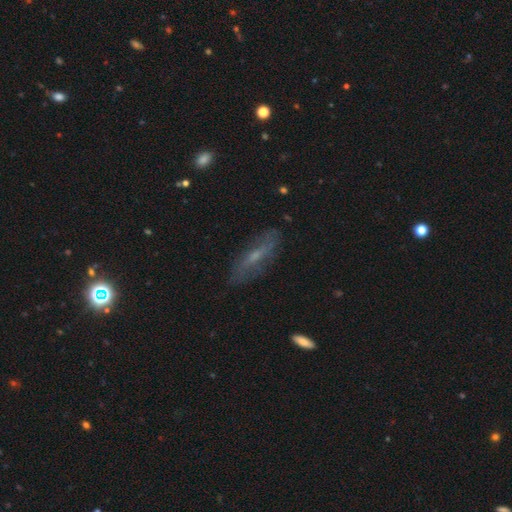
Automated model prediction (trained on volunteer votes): smooth_or_featured: featured or disk (p=0.56) [alt: smooth p=0.34]
disk_edge_on: no (p=0.62) [alt: yes p=0.38]
merging: none (p=0.77) [alt: minor disturbance p=0.16]